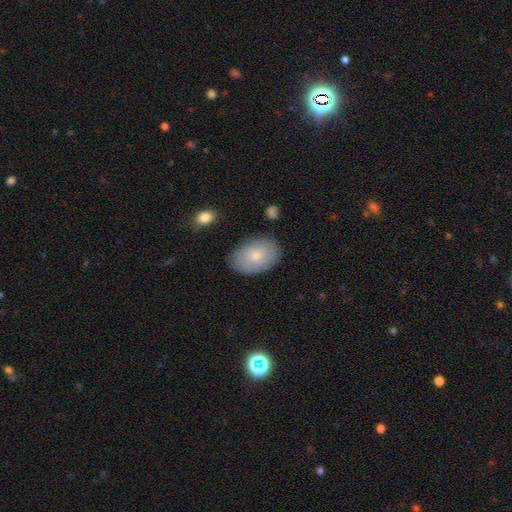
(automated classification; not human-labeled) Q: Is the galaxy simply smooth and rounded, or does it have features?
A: smooth — 76%.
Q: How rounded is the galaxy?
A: in between — 87%.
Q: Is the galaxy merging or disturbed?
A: none — 81%.